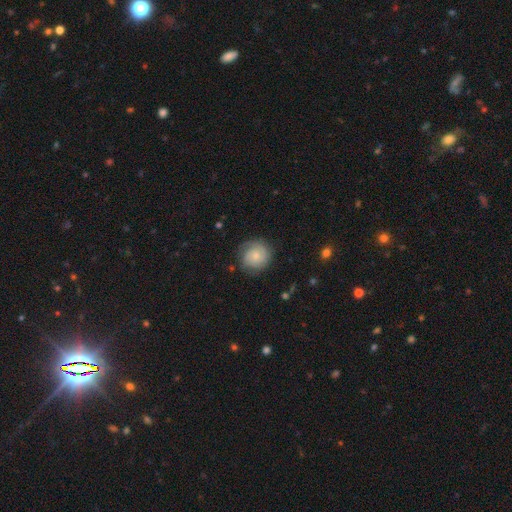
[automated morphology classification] Smooth or featured?
  - featured or disk: 51% *
  - smooth: 42%
  - star or artifact: 8%
Edge-on disk?
  - no: 98% *
  - yes: 2%
Merging?
  - none: 74% *
  - minor disturbance: 18%
  - major disturbance: 7%
  - merger: 1%